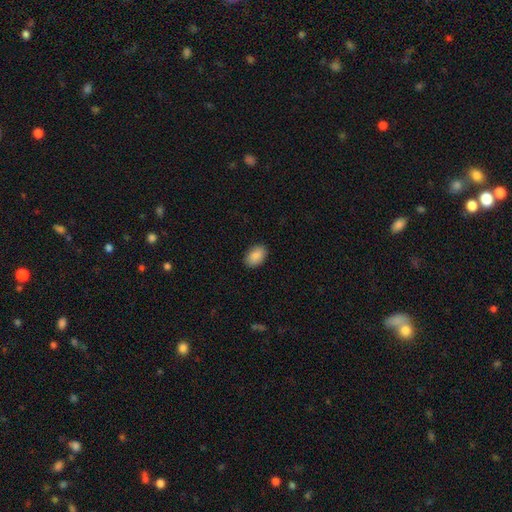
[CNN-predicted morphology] Smooth or featured? smooth (88%)
How rounded? in between (87%)
Merging? none (89%)